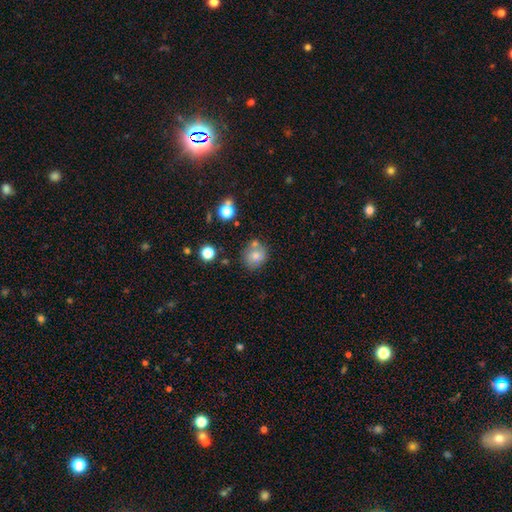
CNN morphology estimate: Smooth or featured? Predicted: smooth (p=0.73). How rounded? Predicted: round (p=0.76). Merging? Predicted: none (p=0.62).